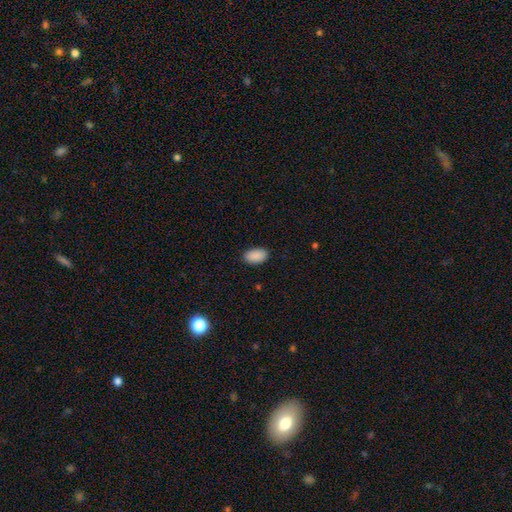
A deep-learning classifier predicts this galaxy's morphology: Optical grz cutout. It shows a smooth galaxy with no disk features (90%) that is in between round and cigar-shaped (94%). Merging: none (88%).